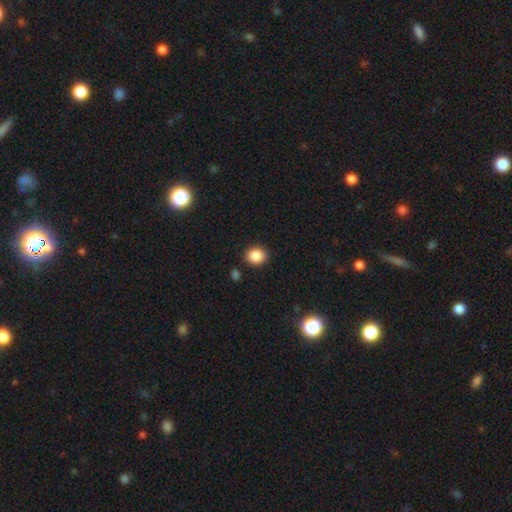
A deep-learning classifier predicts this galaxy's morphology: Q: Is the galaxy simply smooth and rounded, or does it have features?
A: smooth — 87%.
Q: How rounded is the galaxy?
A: round — 67%.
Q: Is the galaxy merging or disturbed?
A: none — 86%.